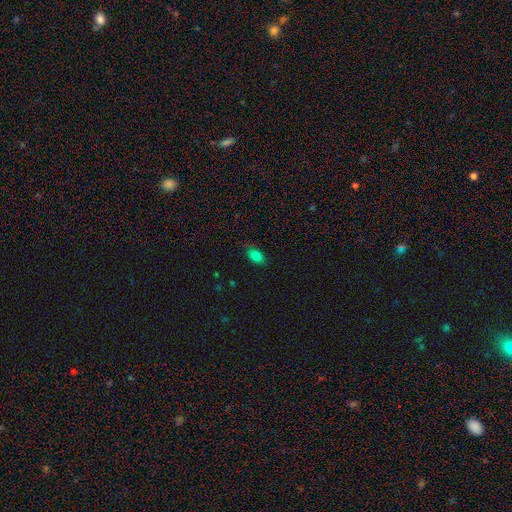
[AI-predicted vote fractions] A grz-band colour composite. It shows a smooth galaxy with no disk features (82%) that is in between round and cigar-shaped (88%). Merging: none (82%).